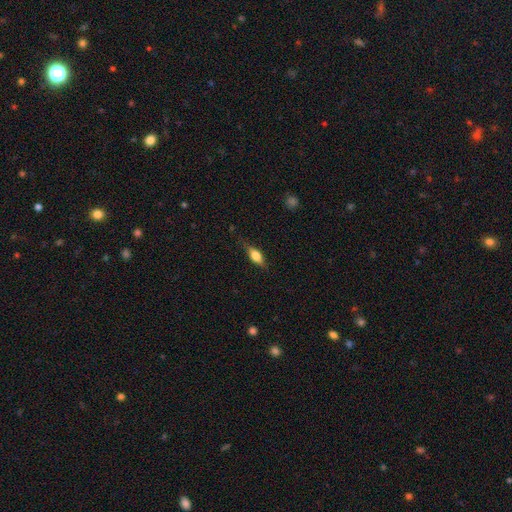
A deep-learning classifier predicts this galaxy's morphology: smooth-or-featured: smooth: 71% | featured or disk: 22% | star or artifact: 7%
  how-rounded: in between: 75% | cigar-shaped: 20% | round: 5%
  merging: none: 72% | minor disturbance: 22% | major disturbance: 5% | merger: 1%